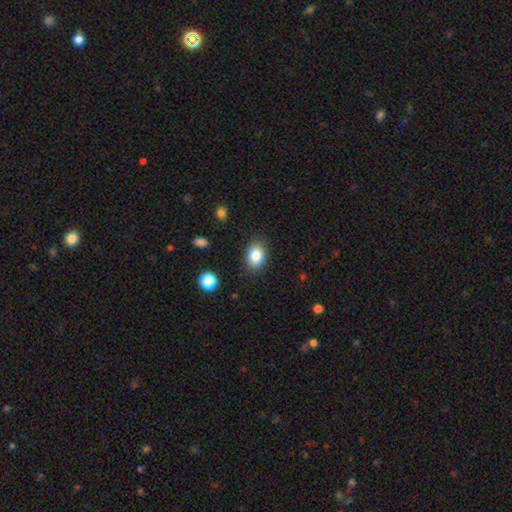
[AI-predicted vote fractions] Smooth or featured? smooth (85%)
How rounded? in between (79%)
Merging? none (84%)